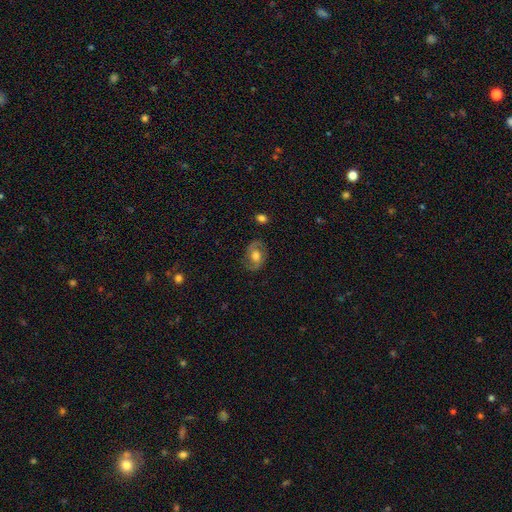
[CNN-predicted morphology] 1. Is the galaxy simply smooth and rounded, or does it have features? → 60% featured or disk, 32% smooth, 8% star or artifact.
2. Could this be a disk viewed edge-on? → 96% no, 4% yes.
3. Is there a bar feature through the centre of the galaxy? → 59% no, 32% weak, 9% strong.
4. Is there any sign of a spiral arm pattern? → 79% yes, 21% no.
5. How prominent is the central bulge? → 63% moderate, 24% large, 9% small, 2% none, 2% dominant.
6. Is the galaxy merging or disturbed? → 79% none, 14% minor disturbance, 5% major disturbance, 1% merger.